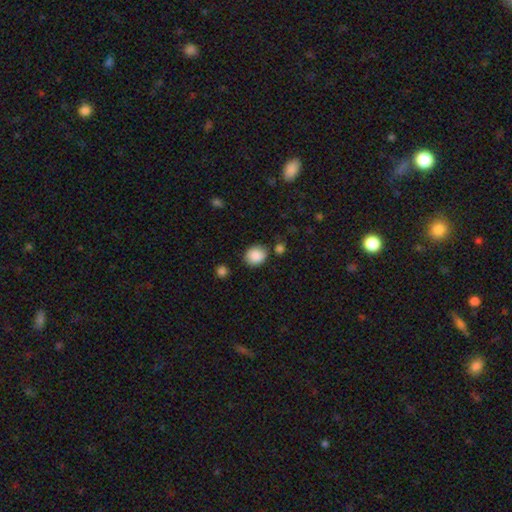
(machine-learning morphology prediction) smooth-or-featured: smooth: 88% | star or artifact: 8% | featured or disk: 4%
  how-rounded: round: 67% | in between: 33% | cigar-shaped: 1%
  merging: none: 78% | minor disturbance: 13% | merger: 5% | major disturbance: 4%